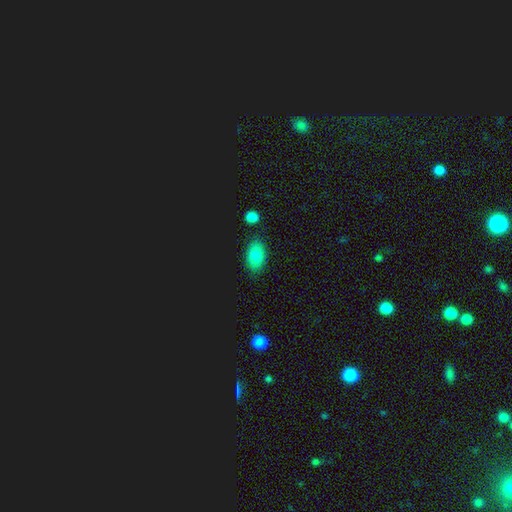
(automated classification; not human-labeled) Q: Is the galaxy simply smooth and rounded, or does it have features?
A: smooth — 80%.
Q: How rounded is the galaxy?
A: in between — 88%.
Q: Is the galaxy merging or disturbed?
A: none — 82%.